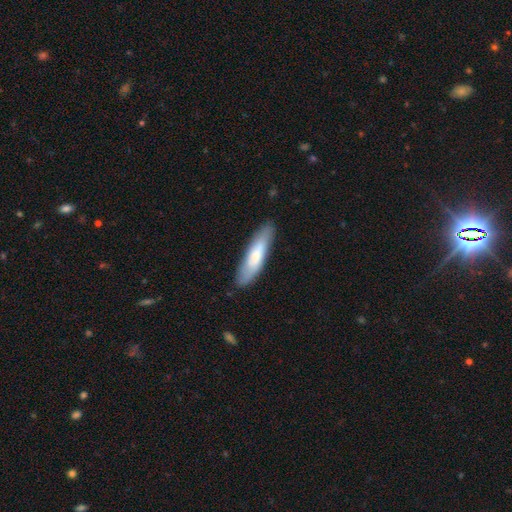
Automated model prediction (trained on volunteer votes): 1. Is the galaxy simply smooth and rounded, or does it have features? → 67% smooth, 27% featured or disk, 6% star or artifact.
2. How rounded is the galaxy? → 75% cigar-shaped, 24% in between, 1% round.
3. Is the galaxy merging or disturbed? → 84% none, 12% minor disturbance, 2% major disturbance, 1% merger.